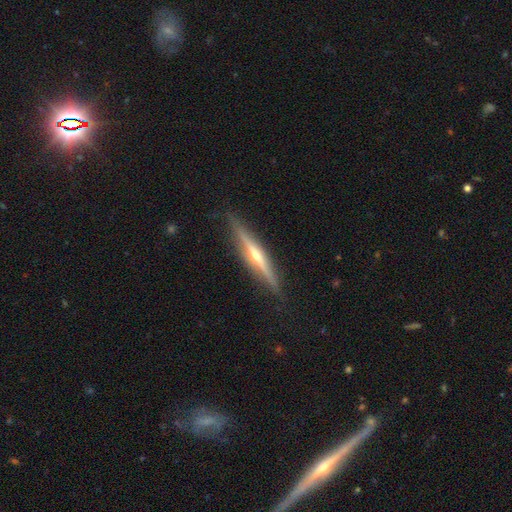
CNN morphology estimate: This appears to be a featured or disk galaxy (77%) viewed edge-on (97%) with a rounded central bulge (82%). Merging: none (87%).